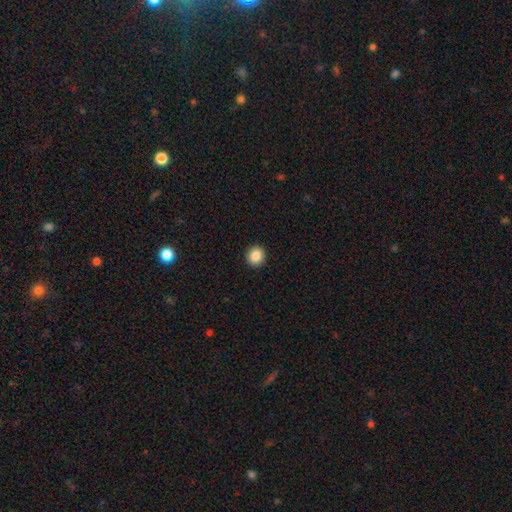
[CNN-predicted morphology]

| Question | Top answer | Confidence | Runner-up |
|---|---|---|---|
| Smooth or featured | smooth | 87% | star or artifact (9%) |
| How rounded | round | 85% | in between (14%) |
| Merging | none | 93% | minor disturbance (5%) |